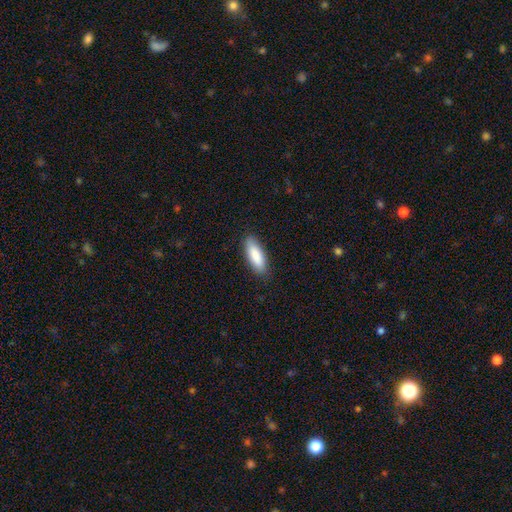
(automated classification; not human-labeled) Smooth or featured? Predicted: smooth (p=0.87). How rounded? Predicted: in between (p=0.64). Merging? Predicted: none (p=0.86).